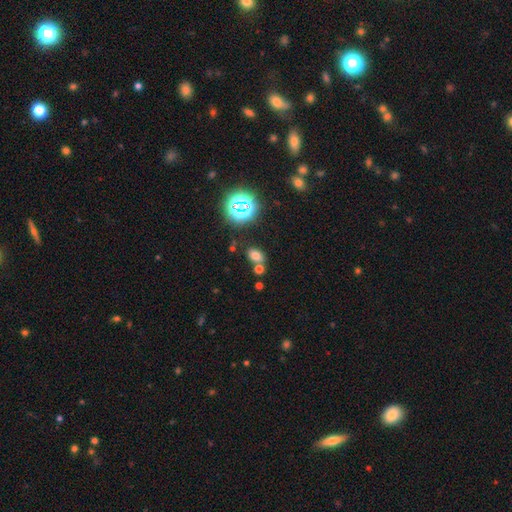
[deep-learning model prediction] Overall: smooth (67%). How rounded: in between (79%). Merging: none (64%).